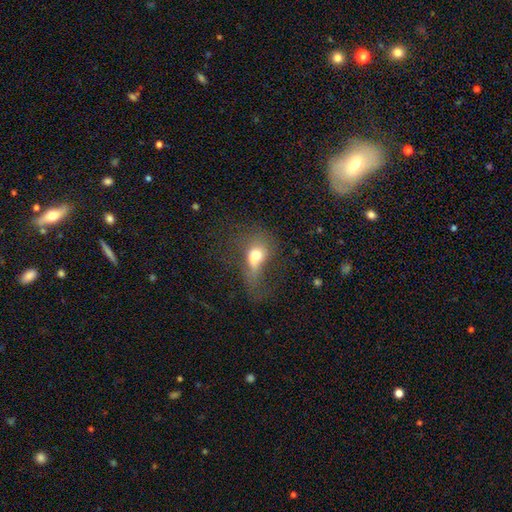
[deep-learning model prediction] smooth-or-featured: smooth: 55% | featured or disk: 32% | star or artifact: 13%
  how-rounded: in between: 63% | round: 33% | cigar-shaped: 5%
  merging: major disturbance: 56% | none: 19% | minor disturbance: 16% | merger: 9%